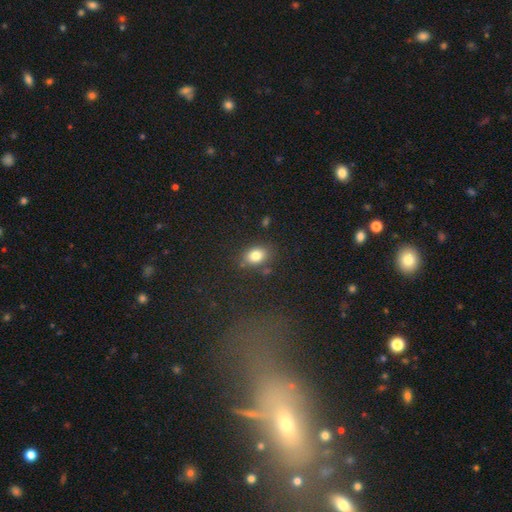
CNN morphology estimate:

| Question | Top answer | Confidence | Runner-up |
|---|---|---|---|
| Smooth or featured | smooth | 81% | star or artifact (11%) |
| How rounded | in between | 67% | round (32%) |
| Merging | none | 77% | minor disturbance (14%) |